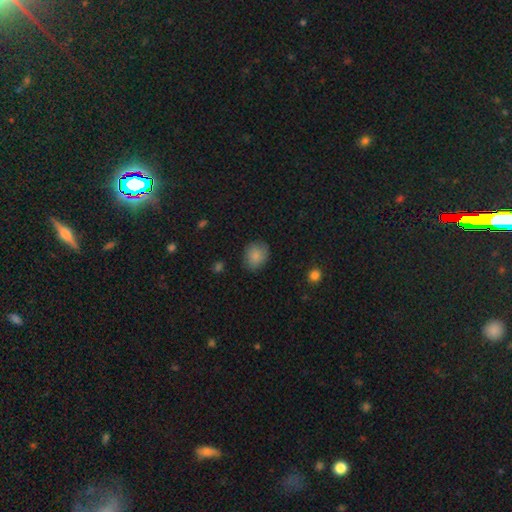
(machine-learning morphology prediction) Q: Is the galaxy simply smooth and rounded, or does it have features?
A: smooth — 85%.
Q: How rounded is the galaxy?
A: round — 62%.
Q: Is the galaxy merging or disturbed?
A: none — 81%.